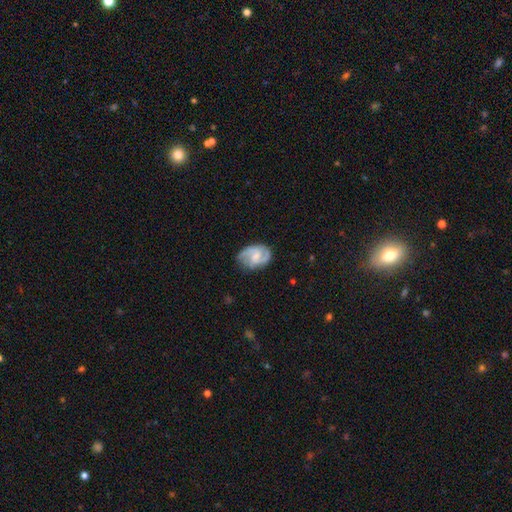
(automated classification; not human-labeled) smooth-or-featured: featured or disk: 73% | smooth: 21% | star or artifact: 6%
  disk-edge-on: no: 98% | yes: 2%
    bar: weak: 49% | no: 39% | strong: 11%
    has-spiral-arms: yes: 92% | no: 8%
      spiral-winding: medium: 49% | tight: 31% | loose: 21%
      spiral-arm-count: 2: 71% | can't tell: 11% | 3: 10% | 1: 4% | 4: 2% | more than 4: 2%
    bulge-size: small: 39% | moderate: 36% | none: 19% | large: 5% | dominant: 1%
  merging: none: 66% | minor disturbance: 23% | major disturbance: 9% | merger: 2%